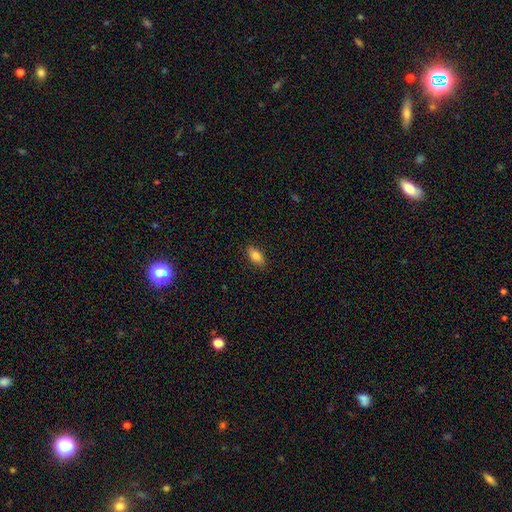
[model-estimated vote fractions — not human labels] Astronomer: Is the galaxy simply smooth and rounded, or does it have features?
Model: smooth — 85%.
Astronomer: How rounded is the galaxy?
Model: in between — 86%.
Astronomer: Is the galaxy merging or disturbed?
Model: none — 87%.